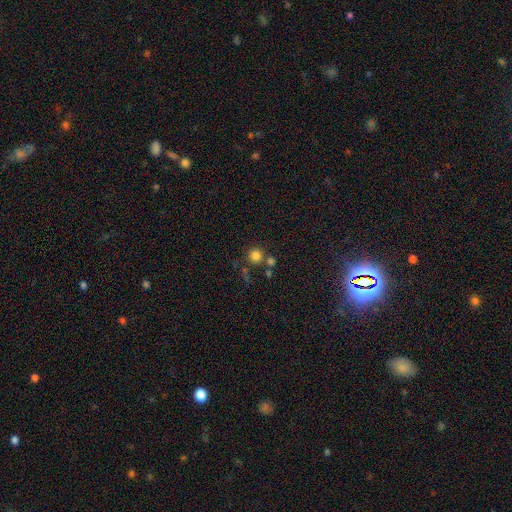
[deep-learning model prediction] smooth_or_featured: smooth (p=0.80) [alt: star or artifact p=0.14]
how_rounded: round (p=0.94) [alt: in between p=0.05]
merging: none (p=0.70) [alt: merger p=0.17]